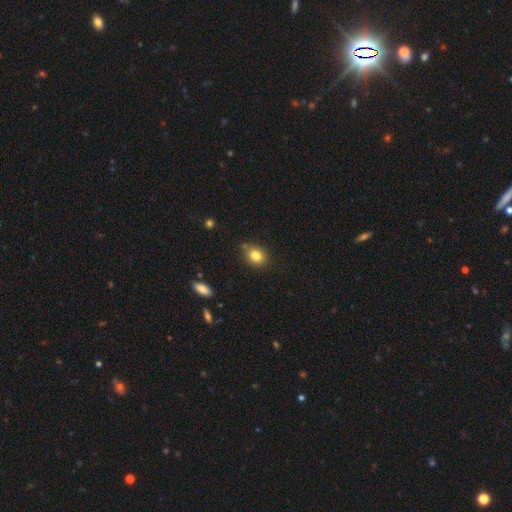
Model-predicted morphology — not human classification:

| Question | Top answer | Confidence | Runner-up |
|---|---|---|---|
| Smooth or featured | smooth | 82% | star or artifact (10%) |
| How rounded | round | 52% | in between (46%) |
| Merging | none | 78% | minor disturbance (15%) |